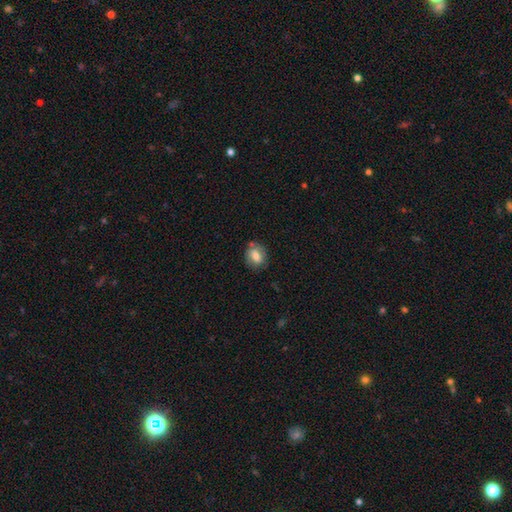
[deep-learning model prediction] smooth-or-featured: smooth: 71% | featured or disk: 21% | star or artifact: 8%
  how-rounded: in between: 50% | round: 49% | cigar-shaped: 1%
  merging: none: 71% | minor disturbance: 19% | major disturbance: 5% | merger: 5%